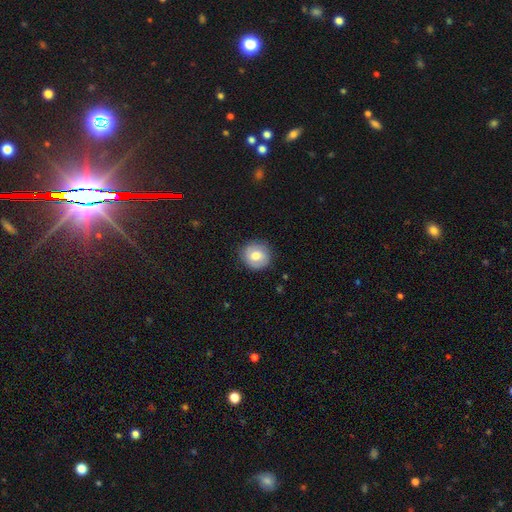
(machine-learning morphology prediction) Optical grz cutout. It shows a smooth galaxy with no disk features (66%) that is round (90%). Merging: none (85%).